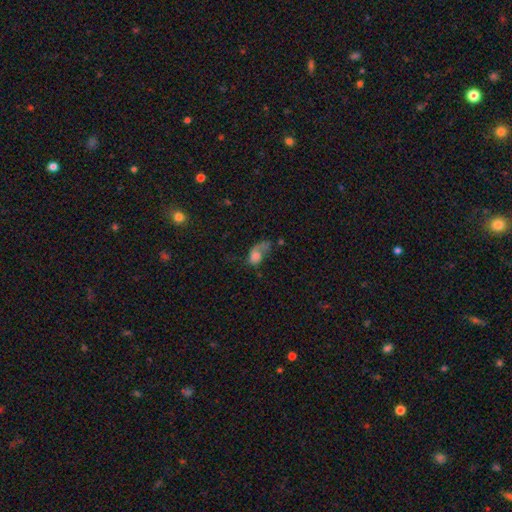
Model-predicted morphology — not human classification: smooth-or-featured: smooth: 56% | featured or disk: 33% | star or artifact: 11%
  how-rounded: in between: 79% | round: 18% | cigar-shaped: 3%
  merging: major disturbance: 52% | none: 20% | minor disturbance: 19% | merger: 9%